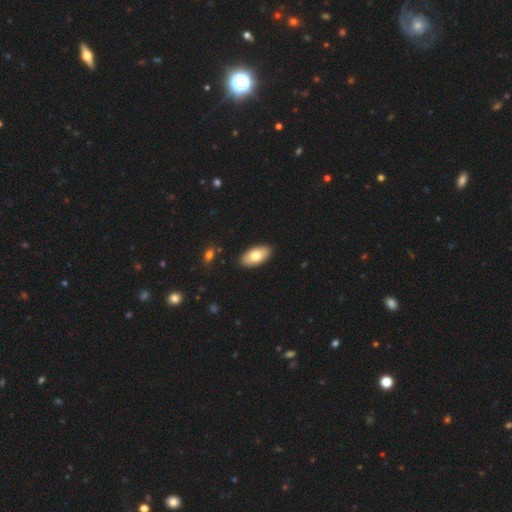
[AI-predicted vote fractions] smooth-or-featured: smooth: 74% | featured or disk: 20% | star or artifact: 6%
  how-rounded: in between: 94% | cigar-shaped: 3% | round: 3%
  merging: none: 90% | minor disturbance: 7% | major disturbance: 2% | merger: 1%